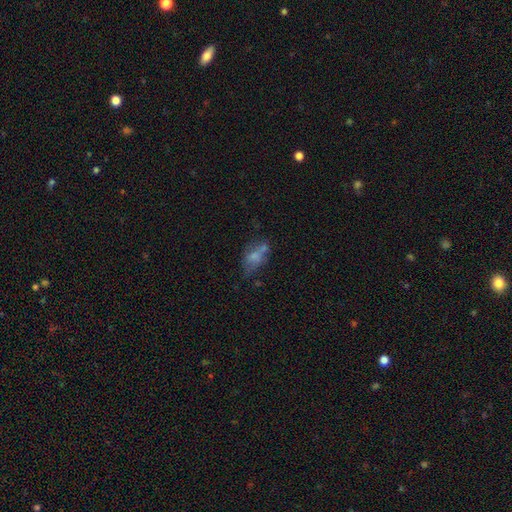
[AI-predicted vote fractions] smooth 55%, featured or disk 33%, star or artifact 12%. Down the decision tree: how rounded — in between (81%); merging — none (36%).